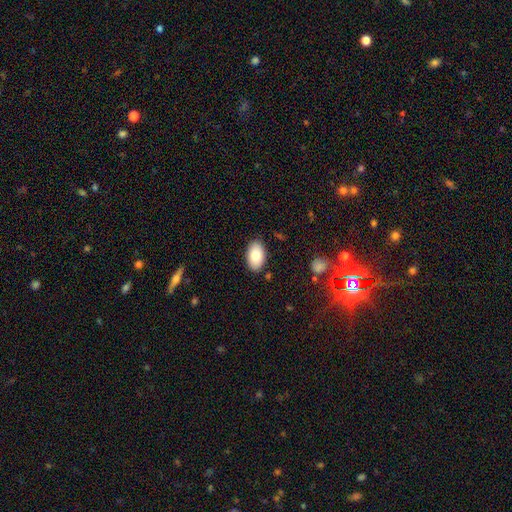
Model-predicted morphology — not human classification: This appears to be a smooth galaxy with no disk features (82%) that is in between round and cigar-shaped (93%). Merging: none (87%).